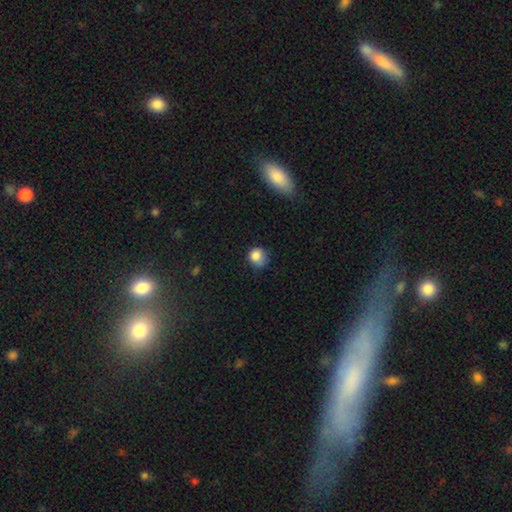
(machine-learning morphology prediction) Q: Smooth or featured?
A: smooth (84%); runner-up: star or artifact (10%)
Q: How rounded?
A: round (76%); runner-up: in between (23%)
Q: Merging?
A: none (52%); runner-up: minor disturbance (34%)